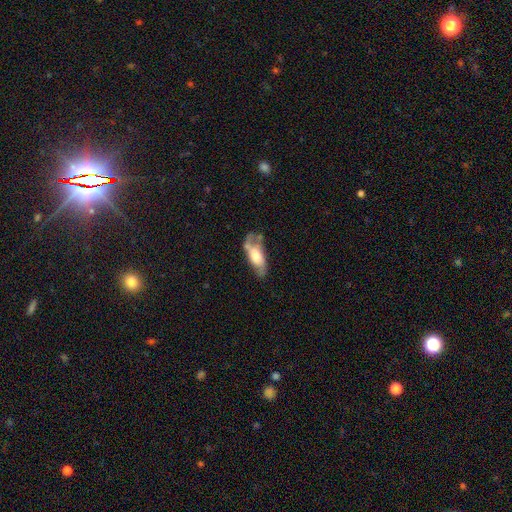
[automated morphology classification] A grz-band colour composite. It shows a featured or disk galaxy (49%). Merging: none (42%).